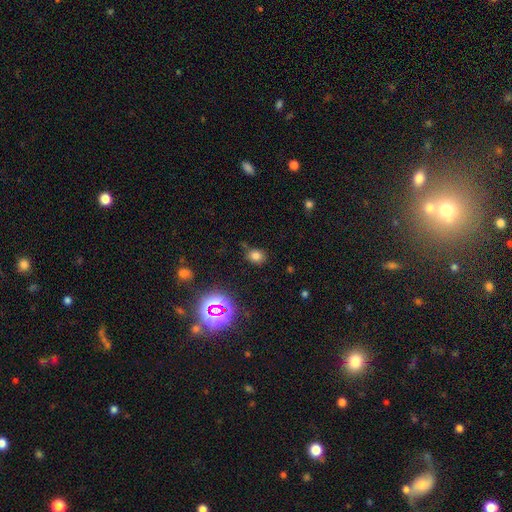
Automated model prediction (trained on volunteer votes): Q: Smooth or featured?
A: smooth (71%); runner-up: star or artifact (22%)
Q: How rounded?
A: in between (50%); runner-up: round (49%)
Q: Merging?
A: none (74%); runner-up: minor disturbance (17%)